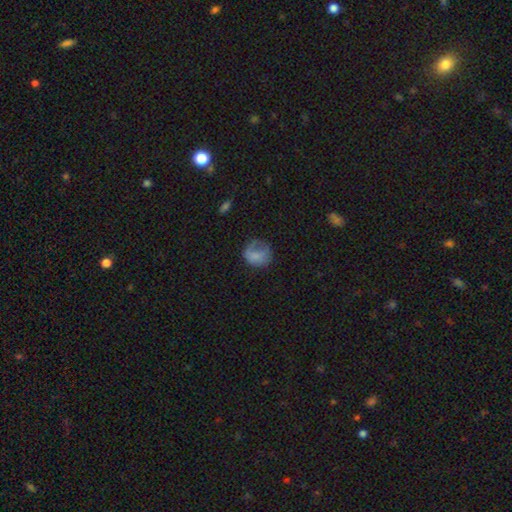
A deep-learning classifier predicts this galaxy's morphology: type=smooth (72%); roundness=round (71%); merging=none (45%).